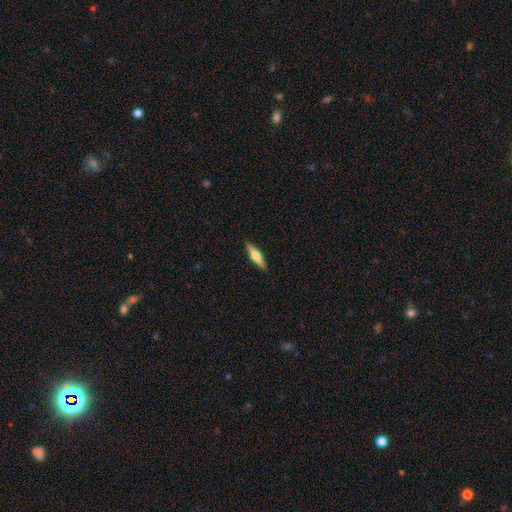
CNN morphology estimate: Smooth or featured?
  - featured or disk: 49% *
  - smooth: 45%
  - star or artifact: 6%
Merging?
  - none: 90% *
  - minor disturbance: 7%
  - major disturbance: 2%
  - merger: 1%